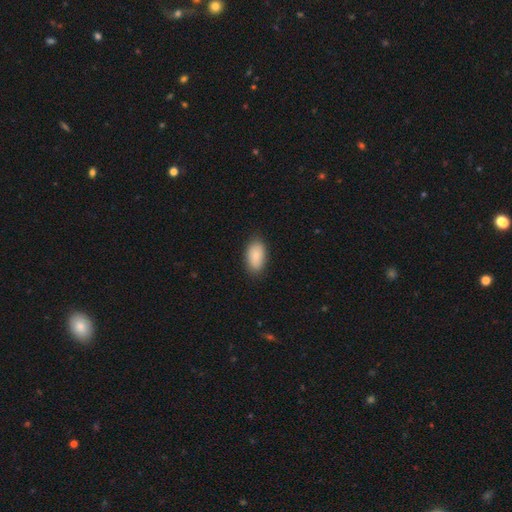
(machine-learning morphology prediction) smooth-or-featured: smooth: 86% | featured or disk: 8% | star or artifact: 7%
  how-rounded: in between: 93% | round: 4% | cigar-shaped: 2%
  merging: none: 85% | minor disturbance: 12% | major disturbance: 3% | merger: 1%